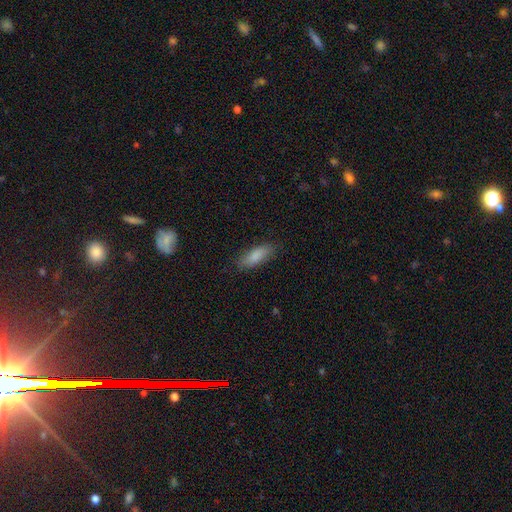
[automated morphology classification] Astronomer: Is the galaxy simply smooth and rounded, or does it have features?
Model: smooth — 85%.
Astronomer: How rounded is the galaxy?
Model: in between — 65%.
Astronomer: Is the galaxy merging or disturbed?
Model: none — 83%.